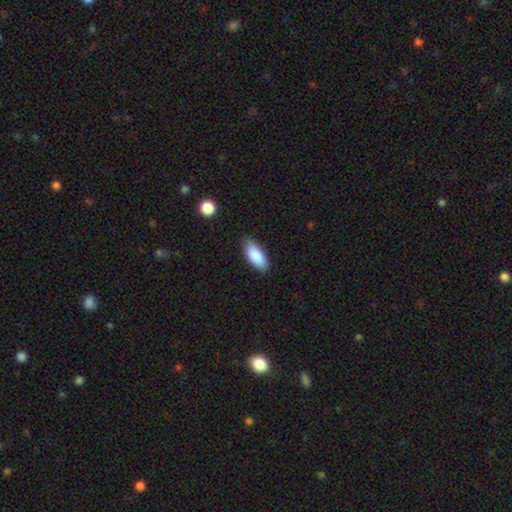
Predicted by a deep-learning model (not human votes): This is clearly a smooth galaxy (88%). How rounded: clearly in between (86%). Merging: clearly none (83%).